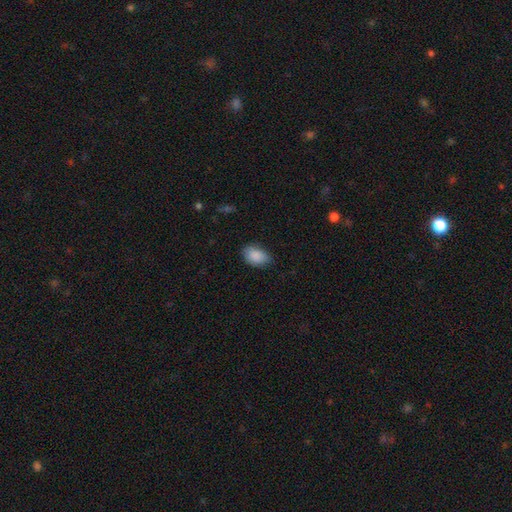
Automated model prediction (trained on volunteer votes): smooth-or-featured: smooth: 88% | star or artifact: 7% | featured or disk: 5%
  how-rounded: in between: 87% | round: 12% | cigar-shaped: 1%
  merging: none: 72% | minor disturbance: 23% | major disturbance: 4% | merger: 1%